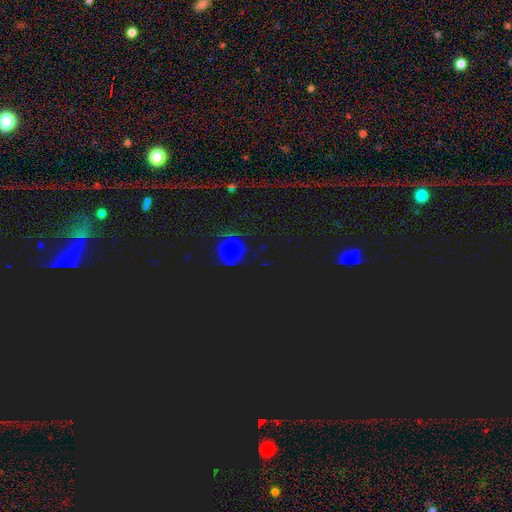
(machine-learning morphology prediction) Q: Smooth or featured?
A: star or artifact (60%); runner-up: smooth (30%)